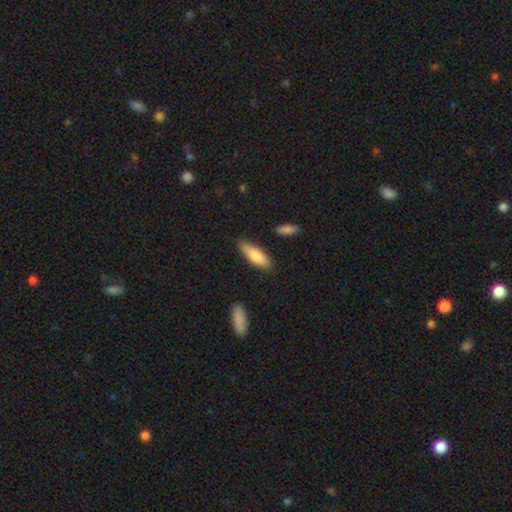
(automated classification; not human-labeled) Smooth or featured? Predicted: smooth (p=0.79). How rounded? Predicted: in between (p=0.54). Merging? Predicted: none (p=0.81).